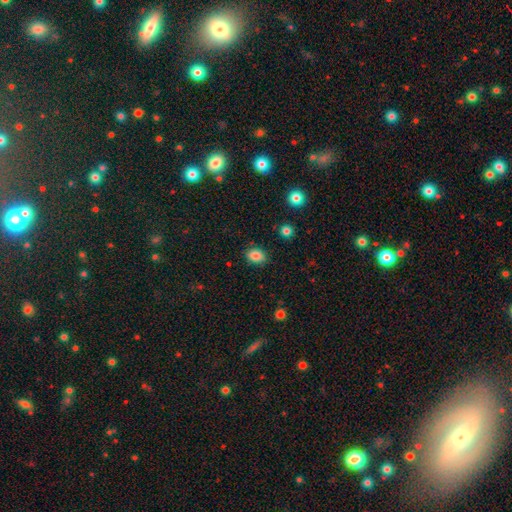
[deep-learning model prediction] This appears to be a smooth galaxy with no disk features (85%) that is in between round and cigar-shaped (67%). Merging: none (85%).